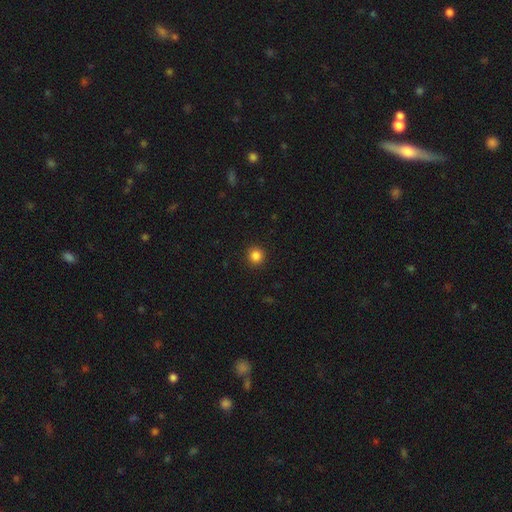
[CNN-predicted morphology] smooth-or-featured: smooth: 85% | star or artifact: 11% | featured or disk: 3%
  how-rounded: round: 93% | in between: 7% | cigar-shaped: 1%
  merging: none: 92% | minor disturbance: 5% | major disturbance: 2% | merger: 1%